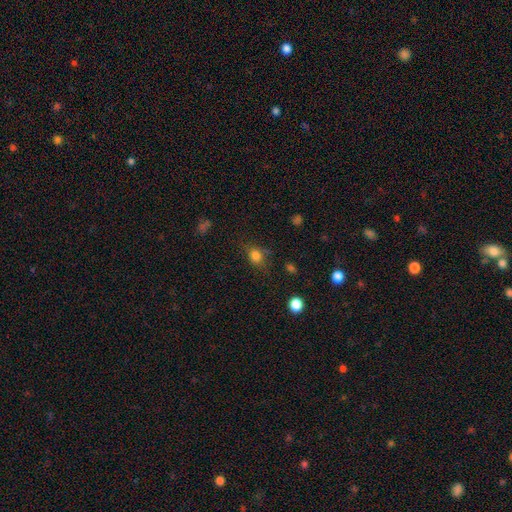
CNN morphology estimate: The model was most divided on "how rounded": round: 52%, in between: 46%, cigar-shaped: 2%. More confident: smooth or featured — smooth (79%); merging — none (68%).